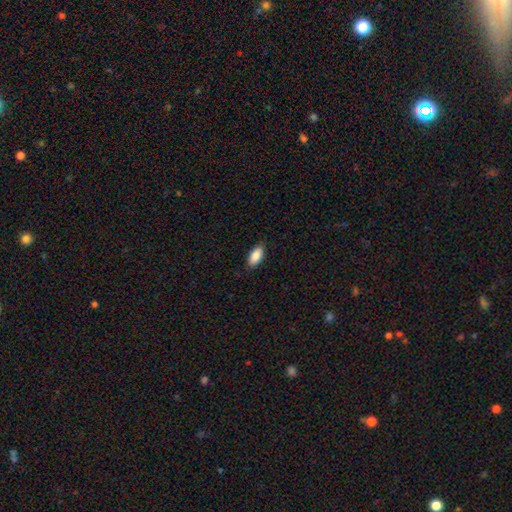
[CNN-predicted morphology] The model was most divided on "merging": none: 86%, minor disturbance: 11%, major disturbance: 2%, merger: 1%. More confident: how rounded — in between (91%); smooth or featured — smooth (88%).